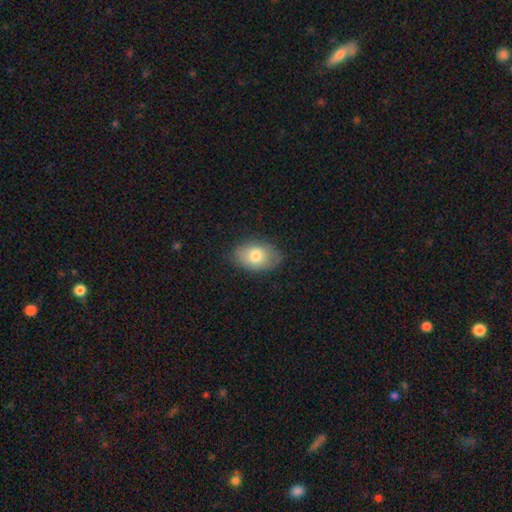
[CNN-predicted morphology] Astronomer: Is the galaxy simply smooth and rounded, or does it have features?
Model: smooth — 76%.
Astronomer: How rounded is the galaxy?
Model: in between — 87%.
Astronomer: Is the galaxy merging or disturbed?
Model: none — 79%.